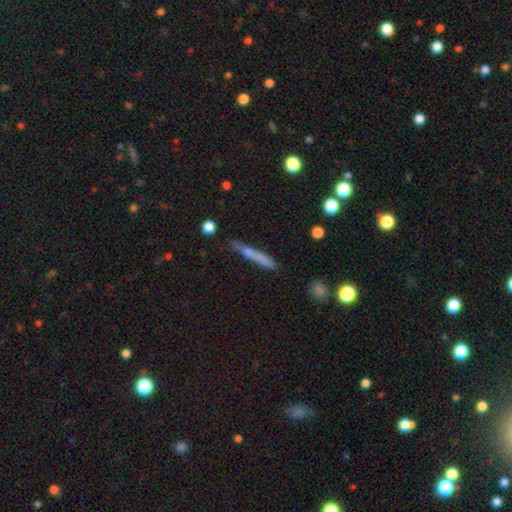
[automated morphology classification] smooth_or_featured: smooth (p=0.56) [alt: featured or disk p=0.34]
how_rounded: cigar-shaped (p=0.93) [alt: in between p=0.05]
merging: none (p=0.73) [alt: minor disturbance p=0.18]